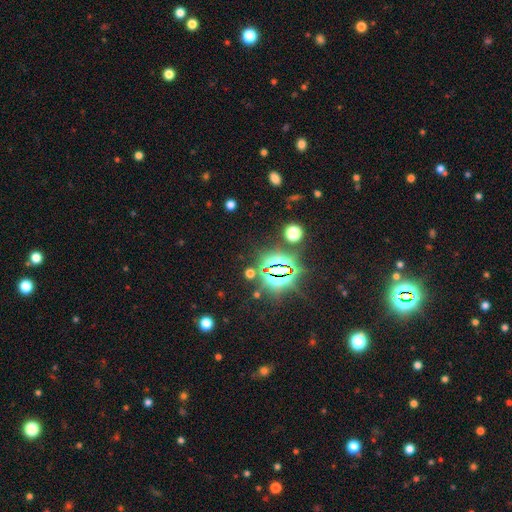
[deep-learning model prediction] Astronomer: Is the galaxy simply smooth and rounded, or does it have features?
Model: star or artifact — 83%.